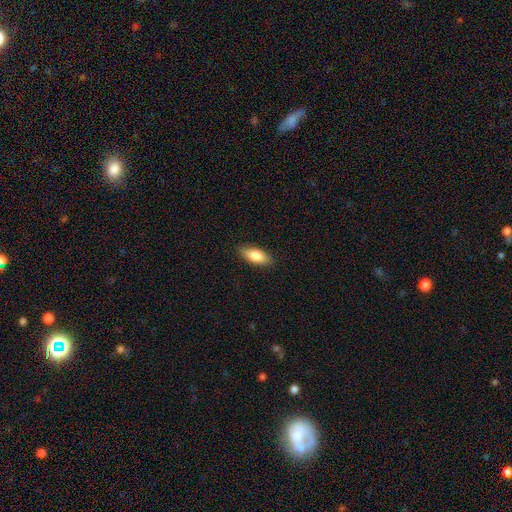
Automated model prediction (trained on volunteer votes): Q: Smooth or featured?
A: smooth (80%); runner-up: featured or disk (14%)
Q: How rounded?
A: in between (76%); runner-up: cigar-shaped (21%)
Q: Merging?
A: none (88%); runner-up: minor disturbance (9%)